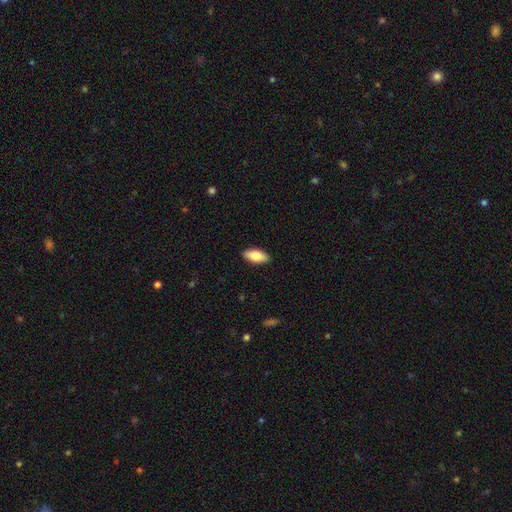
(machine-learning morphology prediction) Q: Smooth or featured?
A: smooth (82%); runner-up: featured or disk (12%)
Q: How rounded?
A: in between (86%); runner-up: cigar-shaped (12%)
Q: Merging?
A: none (90%); runner-up: minor disturbance (8%)